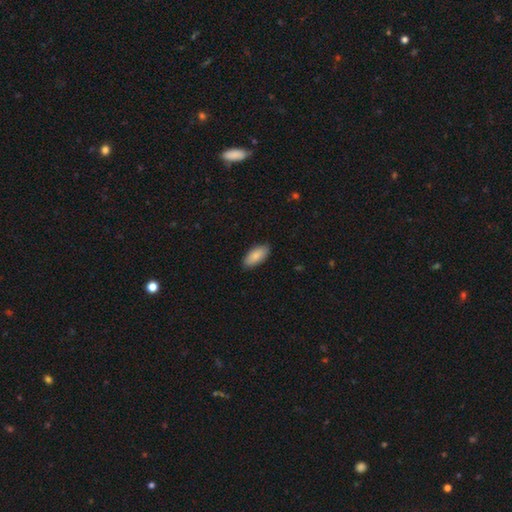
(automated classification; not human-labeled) Smooth or featured? Predicted: smooth (p=0.86). How rounded? Predicted: in between (p=0.90). Merging? Predicted: none (p=0.88).